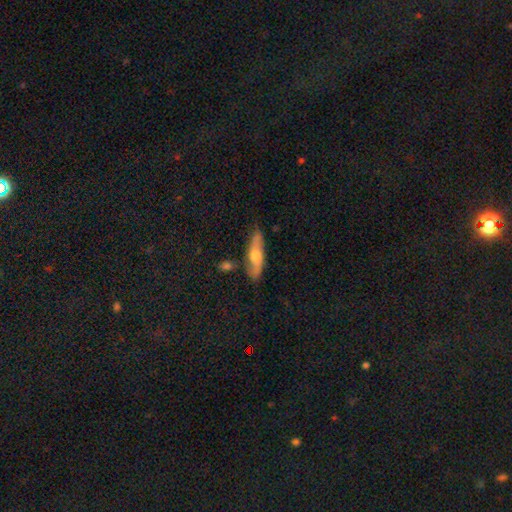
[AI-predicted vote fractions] Q: Smooth or featured?
A: featured or disk (48%); runner-up: smooth (45%)
Q: Merging?
A: none (77%); runner-up: minor disturbance (15%)